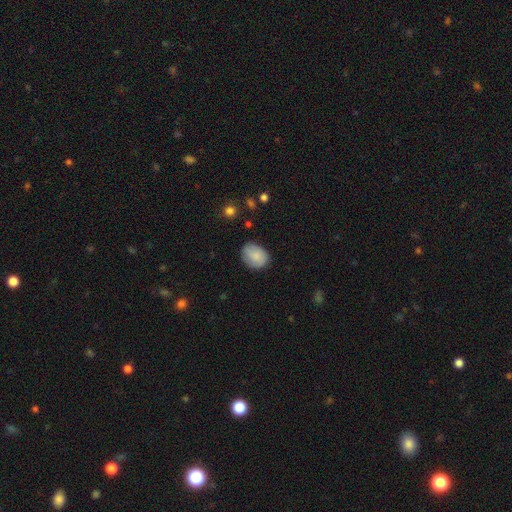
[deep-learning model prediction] A smooth galaxy with no disk features (85%) that is in between round and cigar-shaped (64%).

Vote fractions:
- Smooth or featured? smooth: 85% / featured or disk: 8% / star or artifact: 7%
- How rounded? in between: 64% / round: 35% / cigar-shaped: 1%
- Merging? none: 76% / minor disturbance: 19% / major disturbance: 4% / merger: 1%